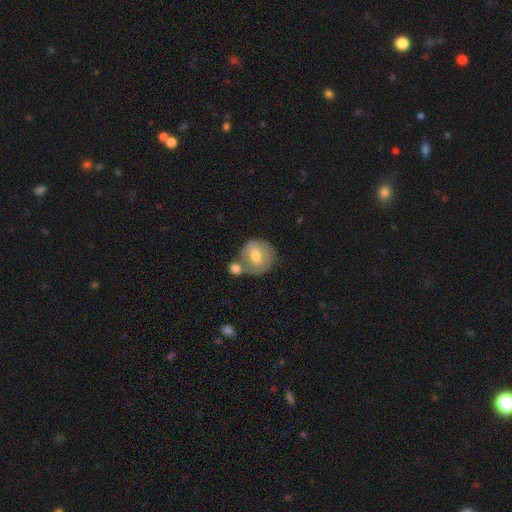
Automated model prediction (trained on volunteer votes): smooth_or_featured: smooth (p=0.53) [alt: featured or disk p=0.41]
how_rounded: round (p=0.83) [alt: in between p=0.16]
merging: none (p=0.43) [alt: merger p=0.35]